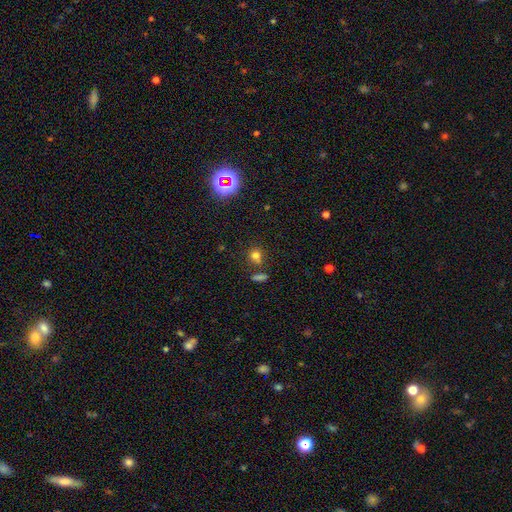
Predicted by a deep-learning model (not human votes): smooth 72%, star or artifact 20%, featured or disk 8%. Down the decision tree: how rounded — round (82%); merging — none (70%).